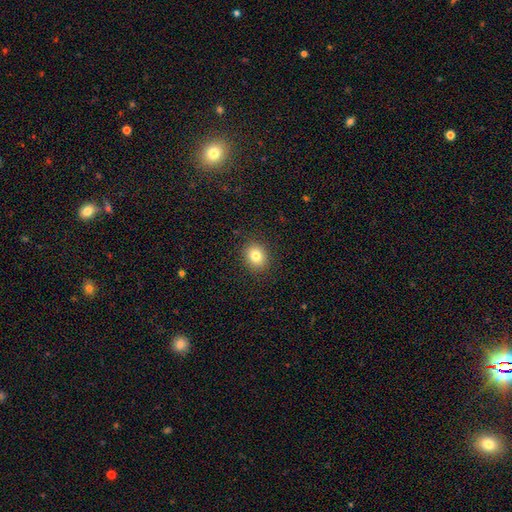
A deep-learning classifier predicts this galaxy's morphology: Smooth or featured? Predicted: smooth (p=0.81). How rounded? Predicted: round (p=0.67). Merging? Predicted: none (p=0.90).